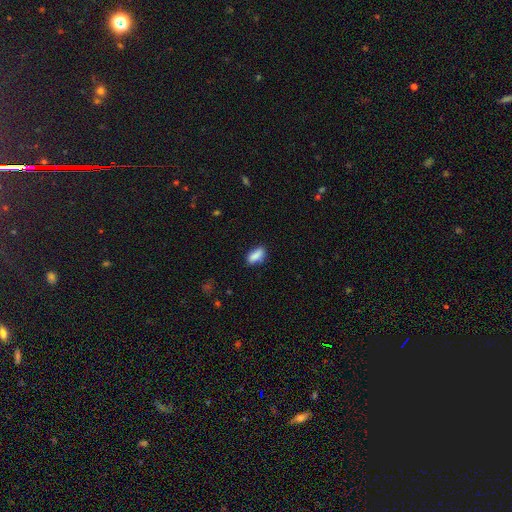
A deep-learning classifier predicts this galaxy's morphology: smooth 86%, star or artifact 8%, featured or disk 7%. Down the decision tree: how rounded — in between (79%); merging — none (74%).